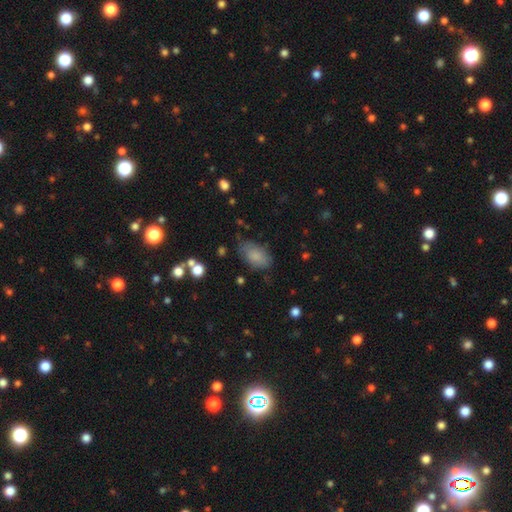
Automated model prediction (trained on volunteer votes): Q: Smooth or featured?
A: smooth (83%); runner-up: featured or disk (9%)
Q: How rounded?
A: in between (92%); runner-up: round (6%)
Q: Merging?
A: none (66%); runner-up: minor disturbance (24%)